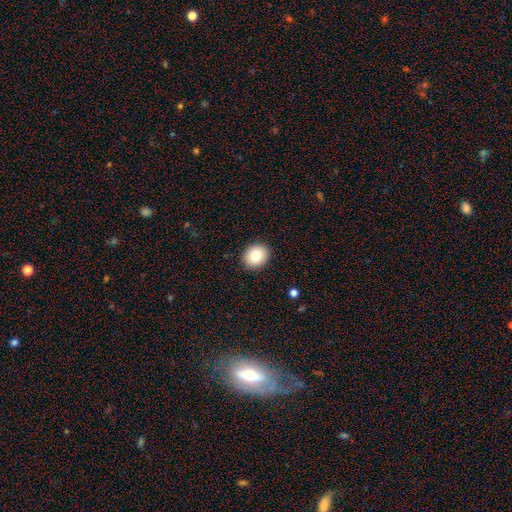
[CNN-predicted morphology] Smooth or featured? Predicted: smooth (p=0.81). How rounded? Predicted: round (p=0.65). Merging? Predicted: none (p=0.91).